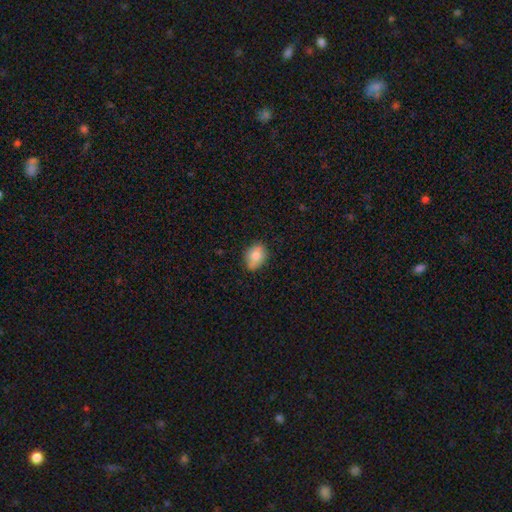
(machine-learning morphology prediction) smooth_or_featured: smooth (p=0.80) [alt: featured or disk p=0.12]
how_rounded: in between (p=0.64) [alt: round p=0.35]
merging: none (p=0.69) [alt: minor disturbance p=0.24]